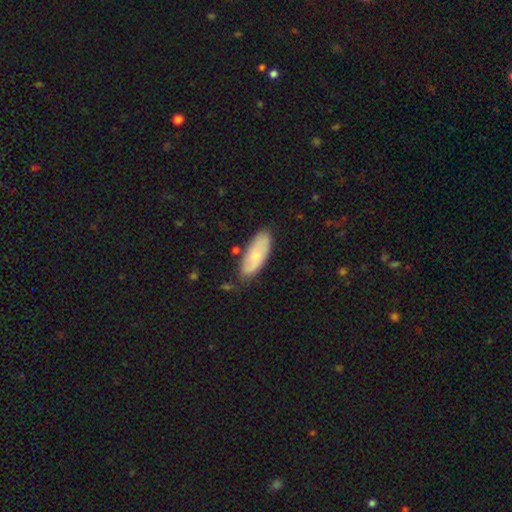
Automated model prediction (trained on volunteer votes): Morphology: type=smooth (65%); roundness=in between (78%); merging=none (77%).